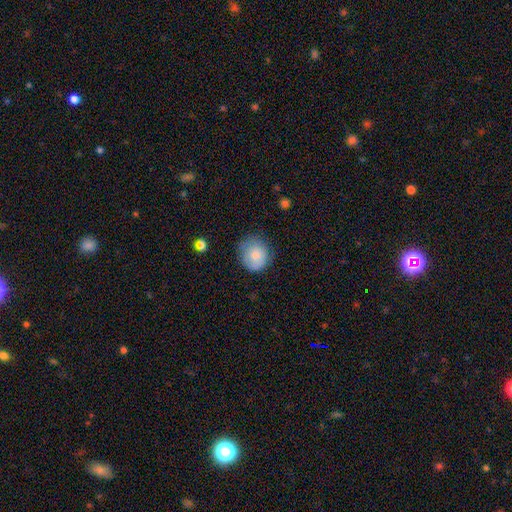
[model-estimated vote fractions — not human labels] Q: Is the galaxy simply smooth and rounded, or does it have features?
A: smooth — 80%.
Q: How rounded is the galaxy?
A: round — 82%.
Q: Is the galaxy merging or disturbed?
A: none — 69%.